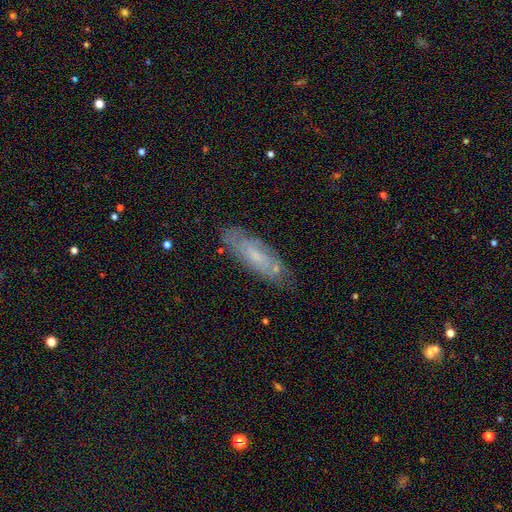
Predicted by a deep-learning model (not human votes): This appears to be a featured or disk galaxy (53%). Merging: none (75%).